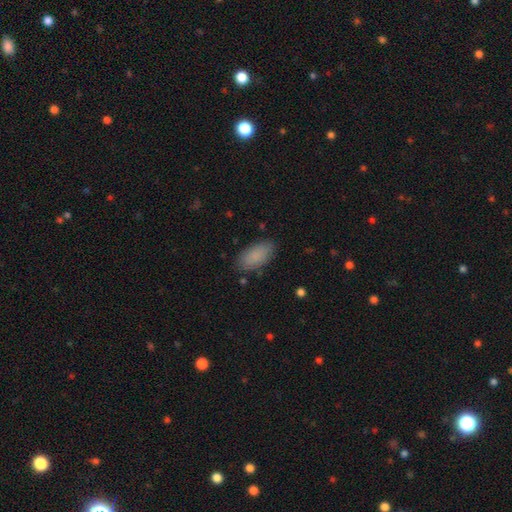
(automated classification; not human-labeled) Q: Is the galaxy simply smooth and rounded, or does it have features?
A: smooth — 87%.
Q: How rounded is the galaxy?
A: in between — 90%.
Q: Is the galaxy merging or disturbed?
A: none — 83%.